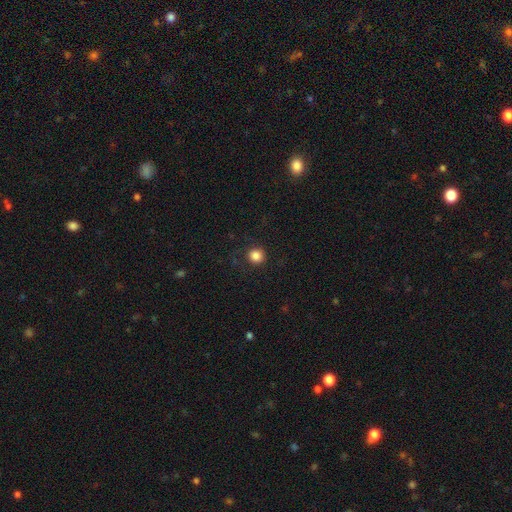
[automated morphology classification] type=smooth (85%); roundness=round (93%); merging=none (87%).